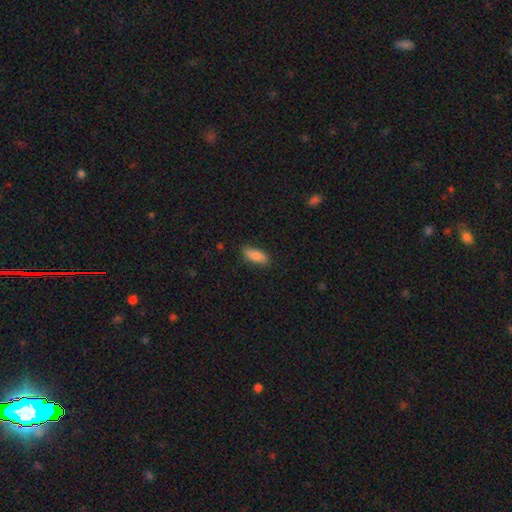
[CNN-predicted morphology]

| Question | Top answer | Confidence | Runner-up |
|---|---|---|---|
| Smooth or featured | smooth | 84% | featured or disk (10%) |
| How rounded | in between | 74% | cigar-shaped (24%) |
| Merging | none | 83% | minor disturbance (14%) |